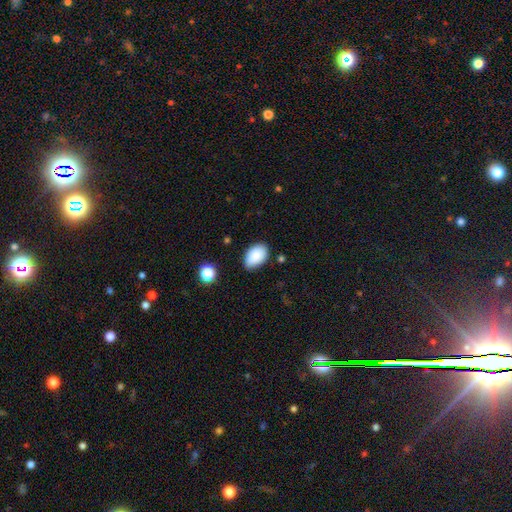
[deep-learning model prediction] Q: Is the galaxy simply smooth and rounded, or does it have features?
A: smooth — 88%.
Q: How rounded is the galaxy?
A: in between — 92%.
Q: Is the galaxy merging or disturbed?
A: none — 77%.